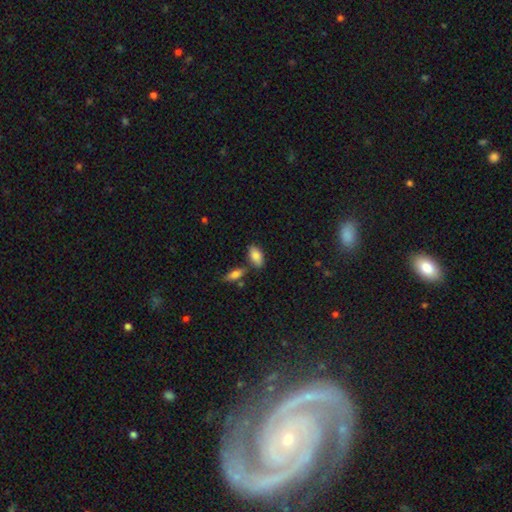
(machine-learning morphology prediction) Q: Smooth or featured?
A: smooth (83%); runner-up: featured or disk (10%)
Q: How rounded?
A: in between (91%); runner-up: cigar-shaped (6%)
Q: Merging?
A: none (70%); runner-up: minor disturbance (14%)